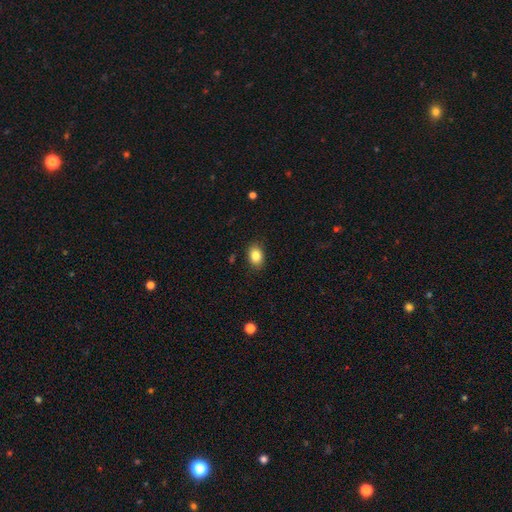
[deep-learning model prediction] This appears to be a smooth galaxy with no disk features (85%) that is in between round and cigar-shaped (74%). Merging: none (87%).